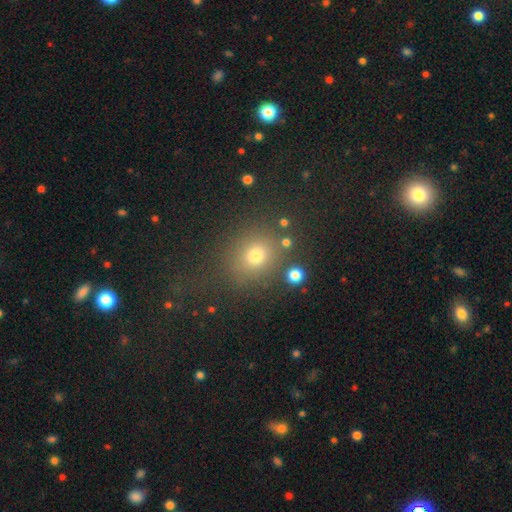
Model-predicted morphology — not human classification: Smooth or featured? Predicted: smooth (p=0.72). How rounded? Predicted: round (p=0.74). Merging? Predicted: none (p=0.77).